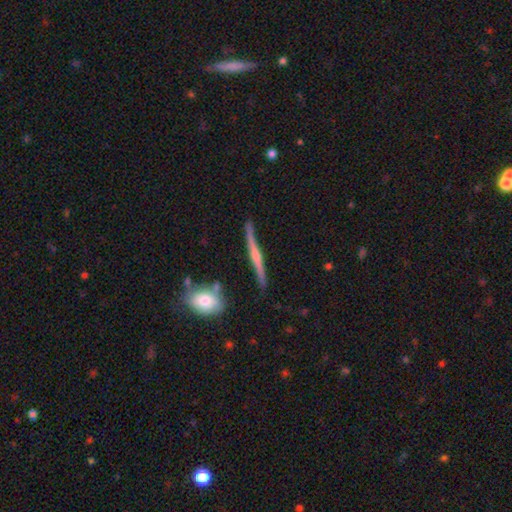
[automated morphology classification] This is likely a featured or disk galaxy (75%). It is clearly viewed edge-on (96%). Edge-on bulge: likely rounded (70%). Merging: clearly none (82%).